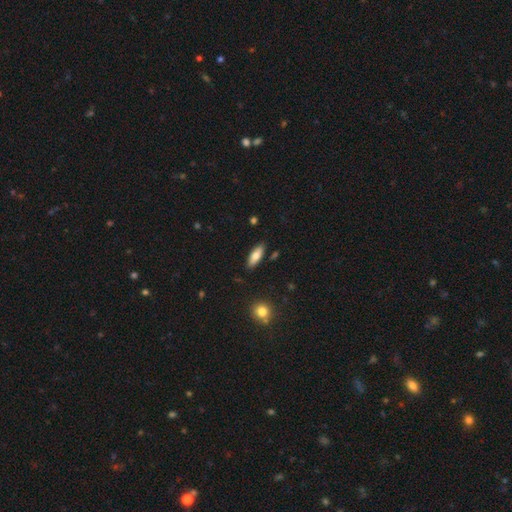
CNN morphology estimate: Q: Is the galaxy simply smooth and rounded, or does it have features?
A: smooth — 75%.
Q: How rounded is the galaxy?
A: in between — 67%.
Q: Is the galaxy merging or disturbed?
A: none — 86%.